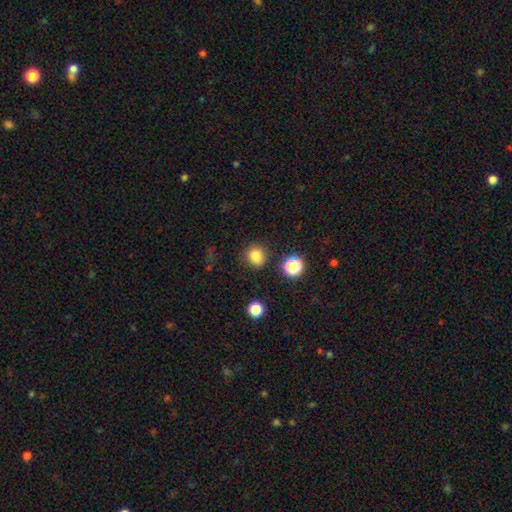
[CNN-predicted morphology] Smooth or featured? smooth (81%)
How rounded? round (82%)
Merging? none (83%)